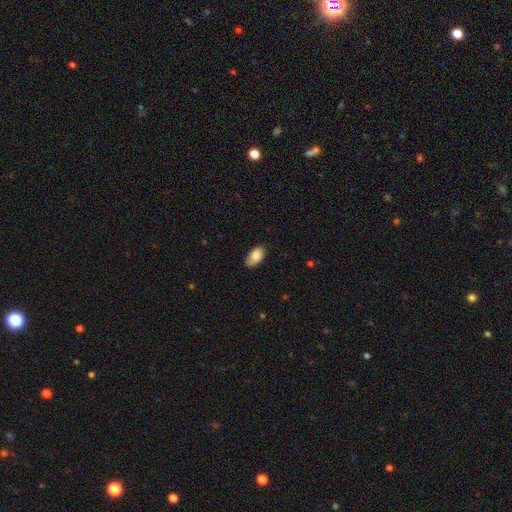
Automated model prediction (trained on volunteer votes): smooth_or_featured: smooth (p=0.84) [alt: featured or disk p=0.09]
how_rounded: in between (p=0.94) [alt: round p=0.04]
merging: none (p=0.78) [alt: minor disturbance p=0.18]